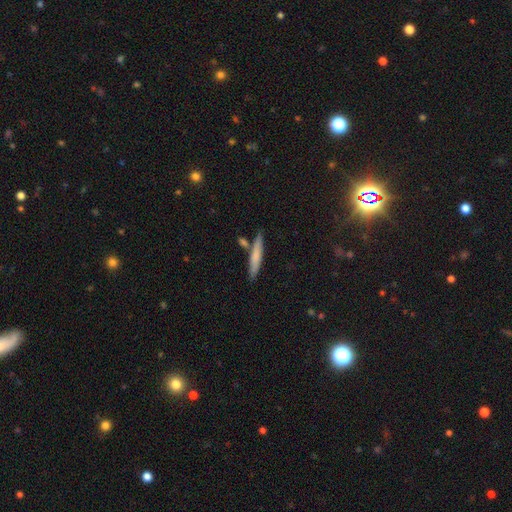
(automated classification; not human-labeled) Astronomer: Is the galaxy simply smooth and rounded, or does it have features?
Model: smooth — 69%.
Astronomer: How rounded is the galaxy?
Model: cigar-shaped — 92%.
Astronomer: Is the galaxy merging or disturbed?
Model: none — 79%.